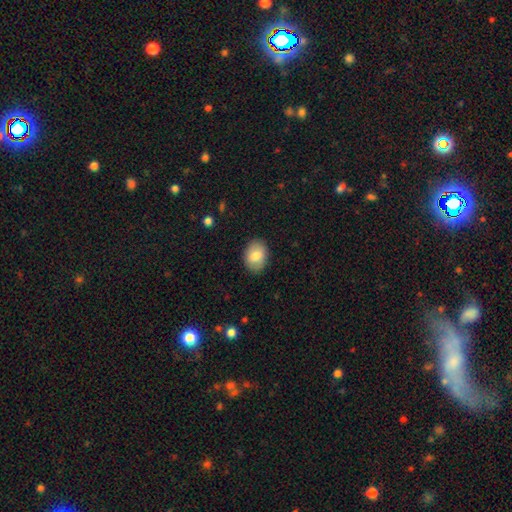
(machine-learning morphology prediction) smooth-or-featured: smooth: 79% | featured or disk: 14% | star or artifact: 7%
  how-rounded: in between: 77% | round: 22% | cigar-shaped: 1%
  merging: none: 87% | minor disturbance: 10% | major disturbance: 2% | merger: 1%